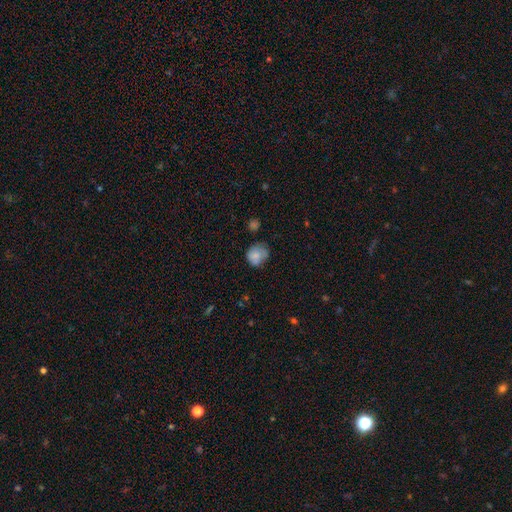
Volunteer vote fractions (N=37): This appears to be a smooth galaxy with no disk features (76%) that is round (54%). Merging: minor disturbance (47%).